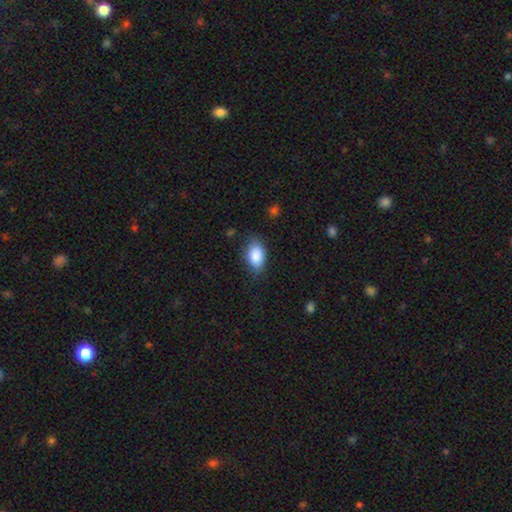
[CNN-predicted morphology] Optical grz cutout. It shows a smooth galaxy with no disk features (87%) that is in between round and cigar-shaped (89%). Merging: none (70%).